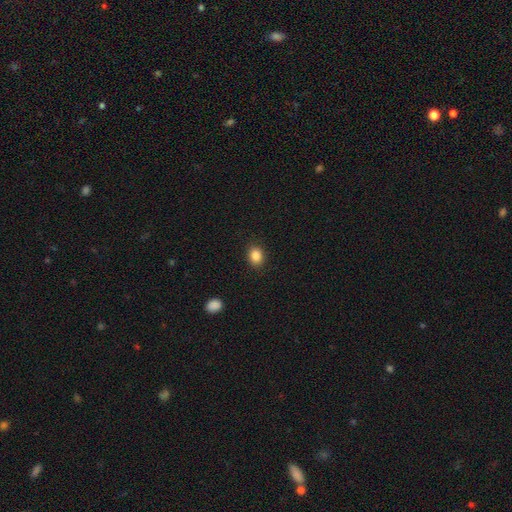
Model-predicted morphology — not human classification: This appears to be a smooth galaxy with no disk features (87%) that is in between round and cigar-shaped (55%). Merging: none (89%).